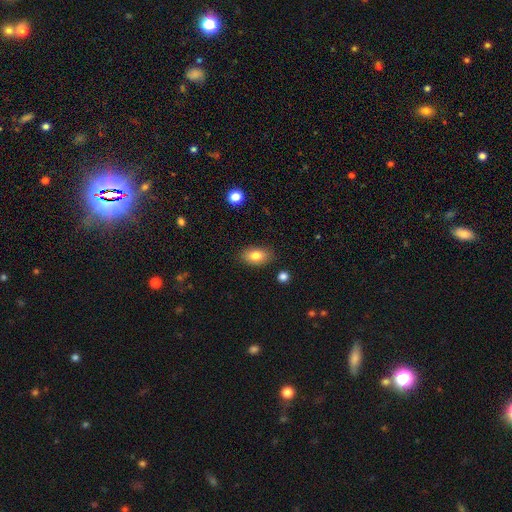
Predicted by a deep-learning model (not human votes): Q: Smooth or featured?
A: smooth (81%); runner-up: featured or disk (11%)
Q: How rounded?
A: in between (90%); runner-up: round (8%)
Q: Merging?
A: none (86%); runner-up: minor disturbance (10%)